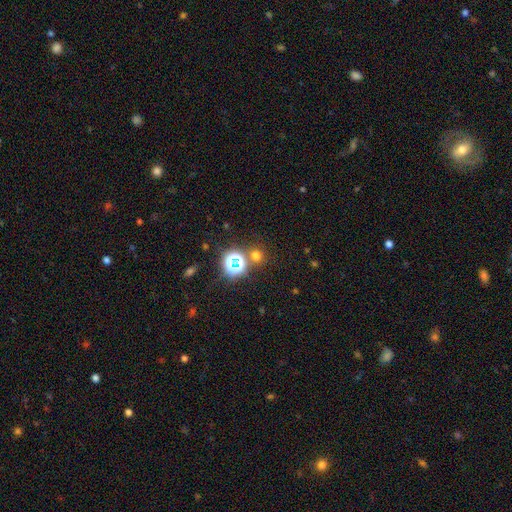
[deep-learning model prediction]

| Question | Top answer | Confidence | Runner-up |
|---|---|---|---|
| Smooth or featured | smooth | 60% | star or artifact (33%) |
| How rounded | round | 91% | in between (8%) |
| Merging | none | 78% | merger (12%) |